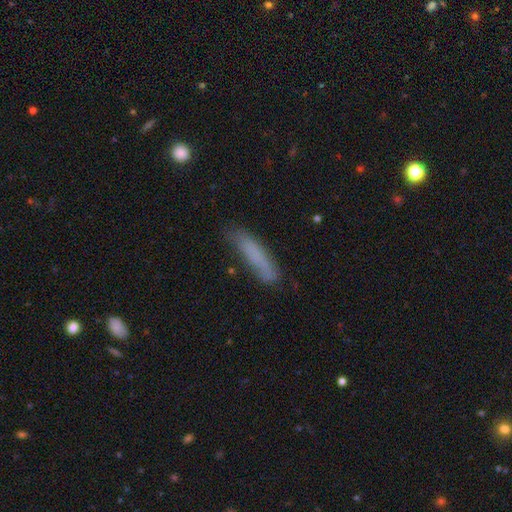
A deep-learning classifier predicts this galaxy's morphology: This is likely a smooth galaxy (75%). How rounded: clearly cigar-shaped (84%). Merging: likely none (68%).